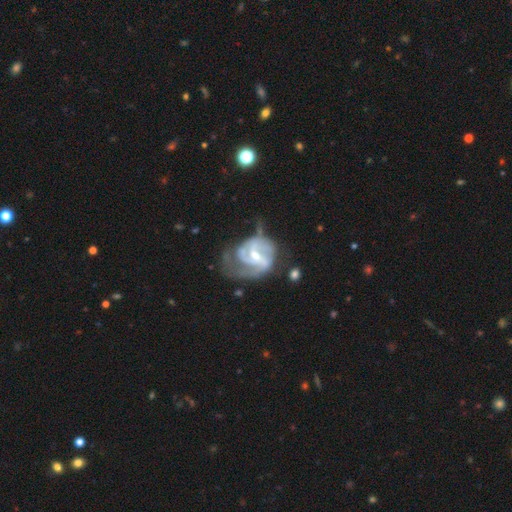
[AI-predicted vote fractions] This is clearly a featured or disk galaxy (87%). It is clearly not viewed edge-on (98%). Bar: possibly weak (54%). Spiral arm pattern: clearly yes (95%). Spiral arm count: possibly 2 (54%). Spiral winding: possibly medium (47%). Central bulge: possibly small (48%). Merging: marginally none (38%).